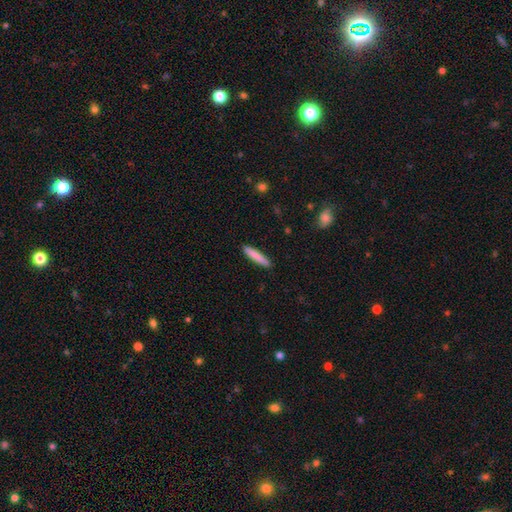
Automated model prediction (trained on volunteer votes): smooth 82%, featured or disk 12%, star or artifact 6%. Down the decision tree: how rounded — cigar-shaped (93%); merging — none (91%).